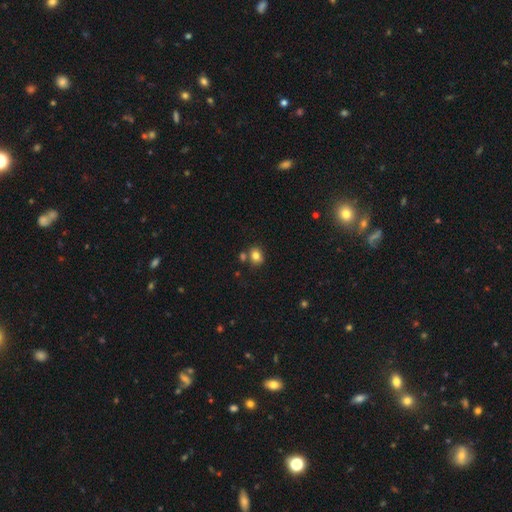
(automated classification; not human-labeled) Overall: smooth (81%). How rounded: in between (51%; round 49%). Merging: none (68%).